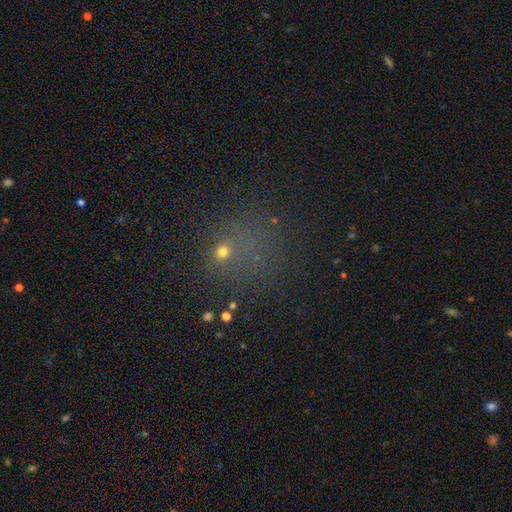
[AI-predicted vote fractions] Smooth or featured? star or artifact (47%)